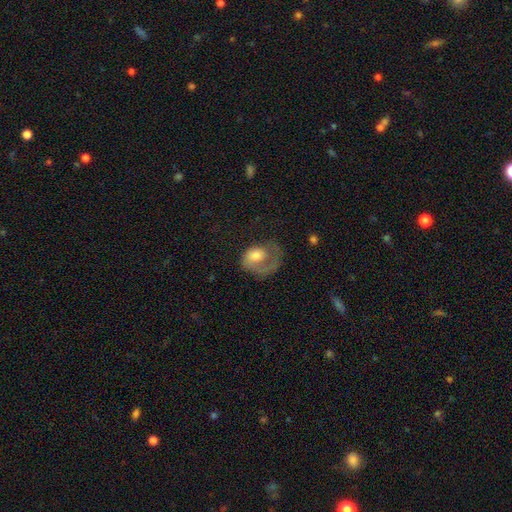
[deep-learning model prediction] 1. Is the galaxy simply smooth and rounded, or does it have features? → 52% featured or disk, 40% smooth, 7% star or artifact.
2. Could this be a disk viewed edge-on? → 97% no, 3% yes.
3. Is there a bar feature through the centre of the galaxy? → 77% no, 19% weak, 4% strong.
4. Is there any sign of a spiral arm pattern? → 72% yes, 28% no.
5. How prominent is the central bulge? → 54% moderate, 19% large, 19% small, 5% none, 3% dominant.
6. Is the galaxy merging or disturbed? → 49% major disturbance, 30% none, 18% minor disturbance, 3% merger.